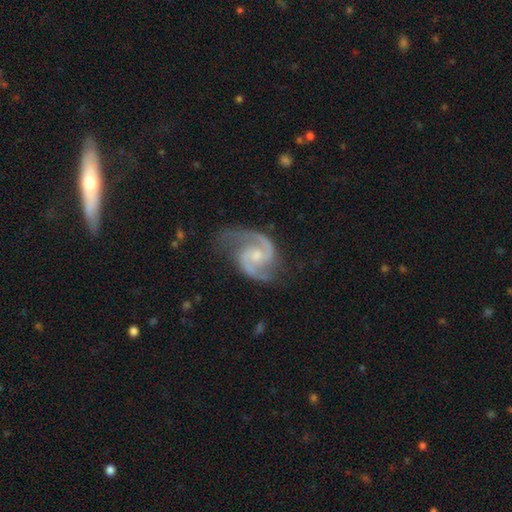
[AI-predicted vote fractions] Smooth or featured? Predicted: featured or disk (p=0.92). Edge-on disk? Predicted: no (p=0.98). Bar? Predicted: no (p=0.55). Spiral arms? Predicted: yes (p=0.98). Spiral winding? Predicted: medium (p=0.62). Spiral arm count? Predicted: 2 (p=0.93). Bulge size? Predicted: moderate (p=0.46). Merging? Predicted: none (p=0.68).